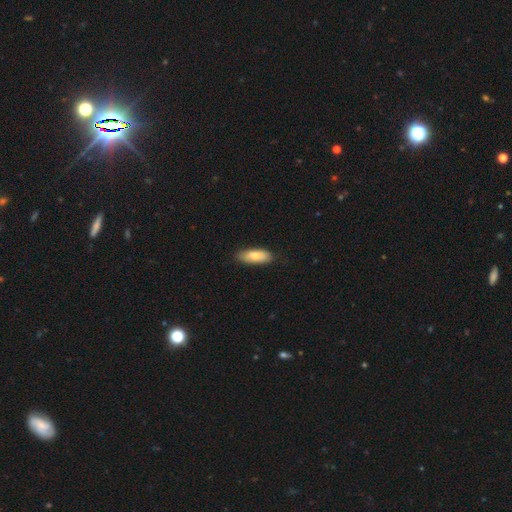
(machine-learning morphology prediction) Smooth or featured? Predicted: smooth (p=0.79). How rounded? Predicted: in between (p=0.76). Merging? Predicted: none (p=0.82).